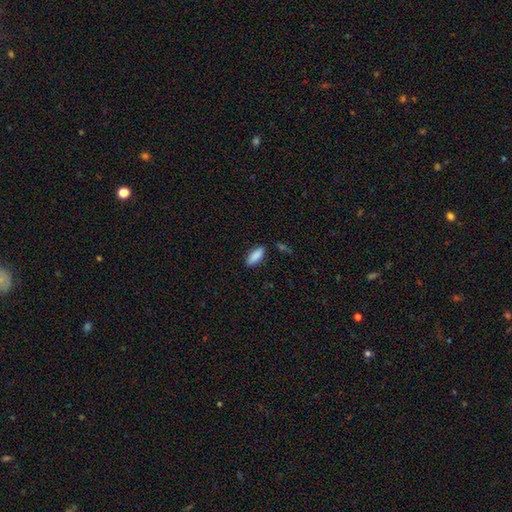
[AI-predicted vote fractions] The model was most divided on "how rounded": in between: 73%, cigar-shaped: 26%, round: 2%. More confident: smooth or featured — smooth (88%); merging — none (85%).